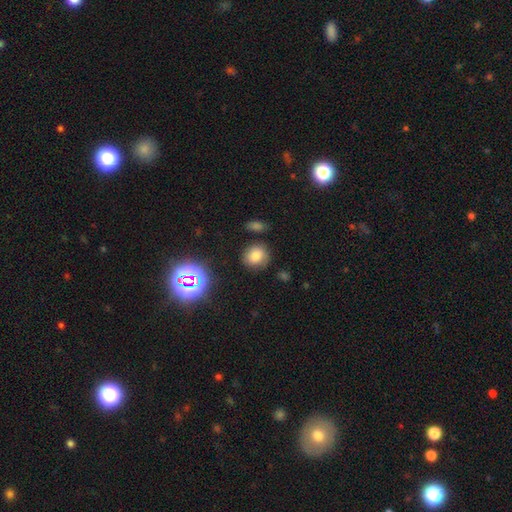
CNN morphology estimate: Q: Smooth or featured?
A: smooth (75%); runner-up: star or artifact (16%)
Q: How rounded?
A: round (79%); runner-up: in between (20%)
Q: Merging?
A: none (81%); runner-up: minor disturbance (12%)